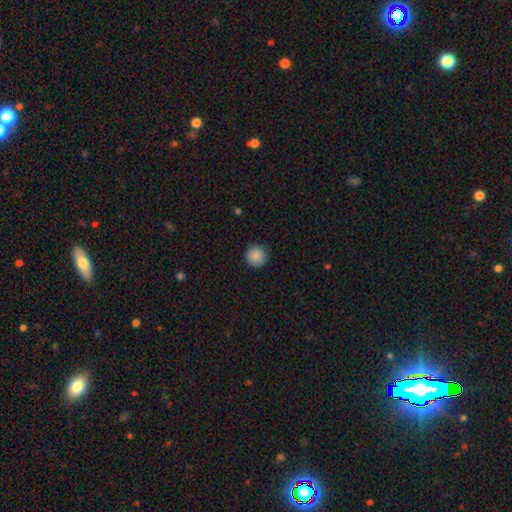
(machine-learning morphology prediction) This appears to be a smooth galaxy with no disk features (88%) that is round (95%). Merging: none (88%).